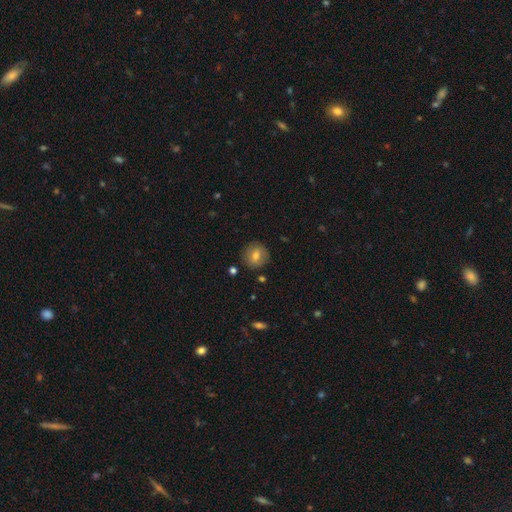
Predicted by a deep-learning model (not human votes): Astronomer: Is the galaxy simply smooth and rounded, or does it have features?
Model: smooth — 72%.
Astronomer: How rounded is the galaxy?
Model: round — 86%.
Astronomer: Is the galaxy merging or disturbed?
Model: none — 85%.